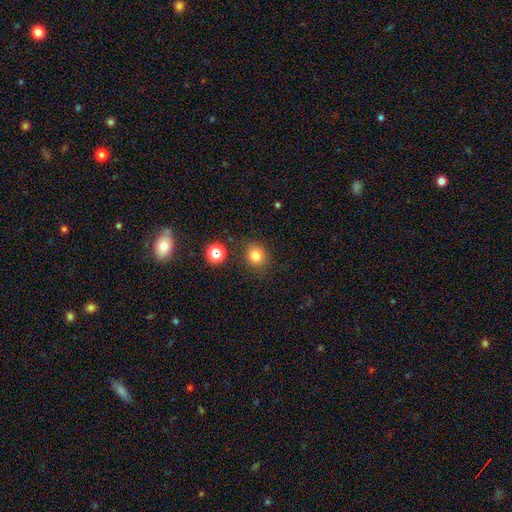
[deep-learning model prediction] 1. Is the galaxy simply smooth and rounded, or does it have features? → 79% smooth, 14% star or artifact, 7% featured or disk.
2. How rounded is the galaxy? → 76% round, 23% in between, 1% cigar-shaped.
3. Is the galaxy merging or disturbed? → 85% none, 9% minor disturbance, 3% merger, 3% major disturbance.